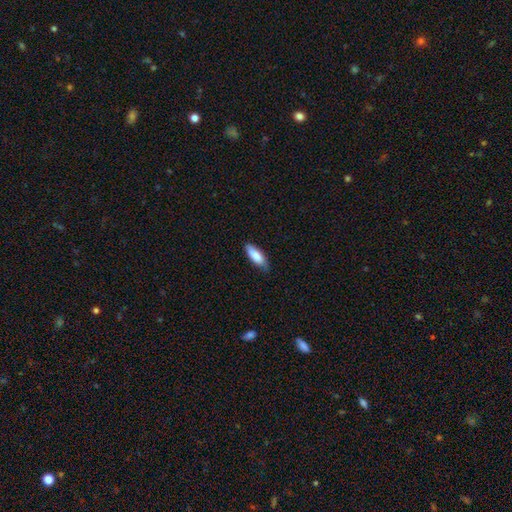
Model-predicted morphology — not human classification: Smooth or featured?
  - smooth: 86% *
  - featured or disk: 8%
  - star or artifact: 6%
How rounded?
  - in between: 71% *
  - cigar-shaped: 28%
  - round: 2%
Merging?
  - none: 74% *
  - minor disturbance: 22%
  - major disturbance: 3%
  - merger: 1%